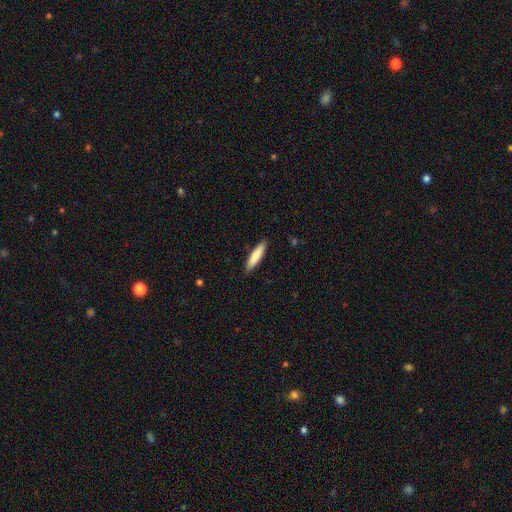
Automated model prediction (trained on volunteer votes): A smooth galaxy with no disk features (84%) that is cigar-shaped (78%). Merging: none (89%).